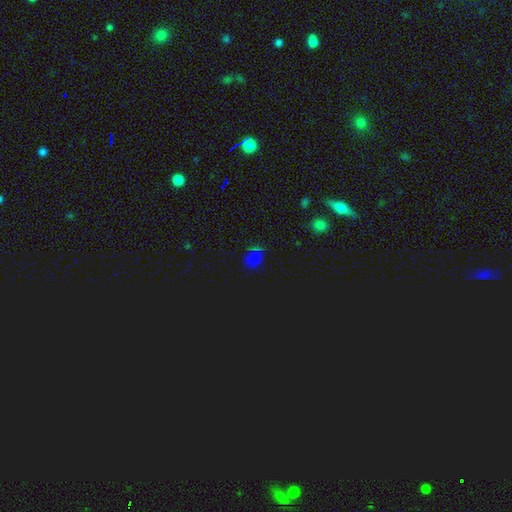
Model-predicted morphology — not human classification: Q: Smooth or featured?
A: star or artifact (51%); runner-up: smooth (42%)